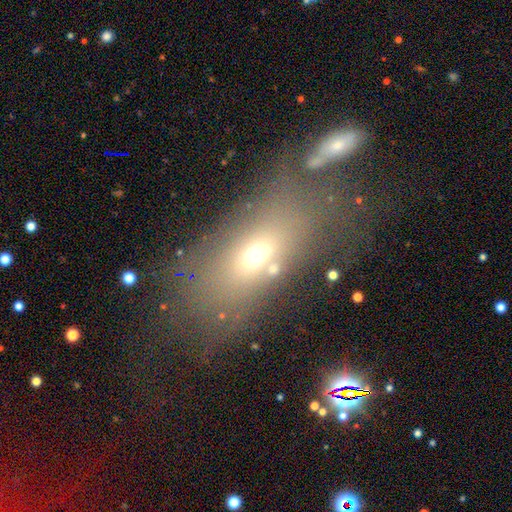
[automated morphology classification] A smooth galaxy with no disk features (57%) that is in between round and cigar-shaped (74%).

Vote fractions:
- Smooth or featured? smooth: 57% / featured or disk: 24% / star or artifact: 19%
- How rounded? in between: 74% / round: 15% / cigar-shaped: 11%
- Merging? none: 51% / merger: 17% / major disturbance: 16% / minor disturbance: 16%